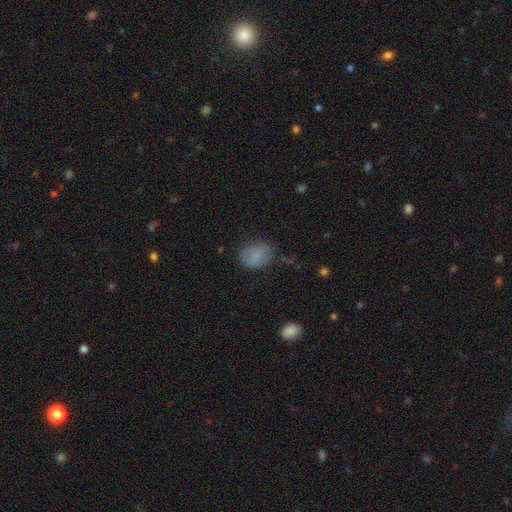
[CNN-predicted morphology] Overall: smooth (80%). How rounded: in between (72%). Merging: none (69%).